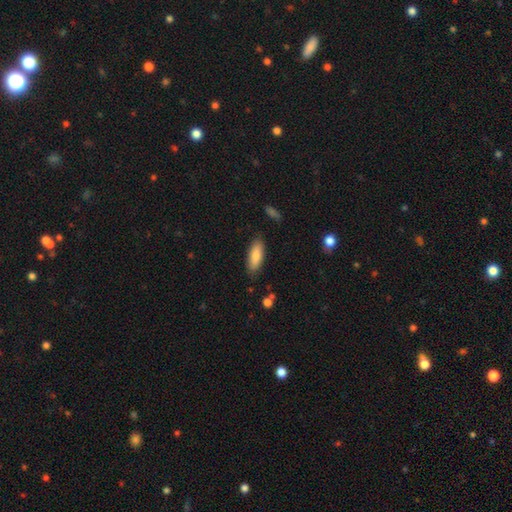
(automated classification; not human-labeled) A smooth galaxy with no disk features (83%) that is in between round and cigar-shaped (71%).

Vote fractions:
- Smooth or featured? smooth: 83% / featured or disk: 11% / star or artifact: 6%
- How rounded? in between: 71% / cigar-shaped: 27% / round: 2%
- Merging? none: 85% / minor disturbance: 11% / major disturbance: 2% / merger: 2%